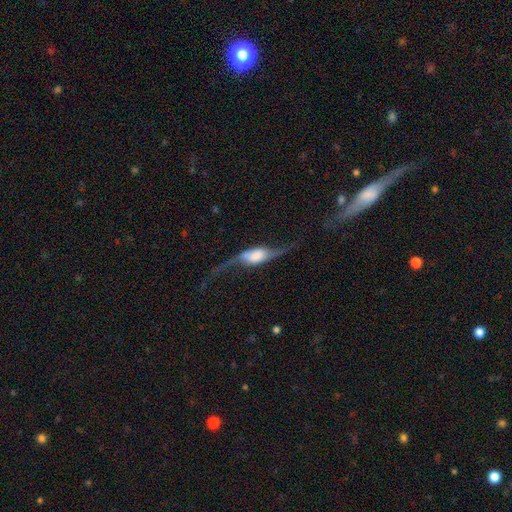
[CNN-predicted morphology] type=featured or disk (77%); edge-on=no (68%); bar=no (48%); spiral arms=yes (90%); bulge=large (33%); merging=none (52%).